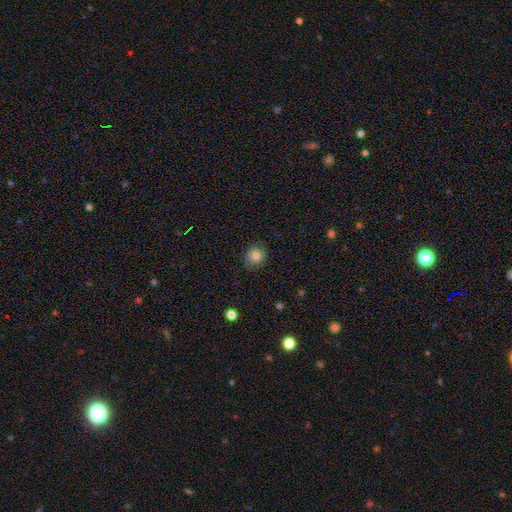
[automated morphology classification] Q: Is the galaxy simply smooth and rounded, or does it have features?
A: smooth — 80%.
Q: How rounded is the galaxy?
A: round — 82%.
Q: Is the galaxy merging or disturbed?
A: none — 83%.